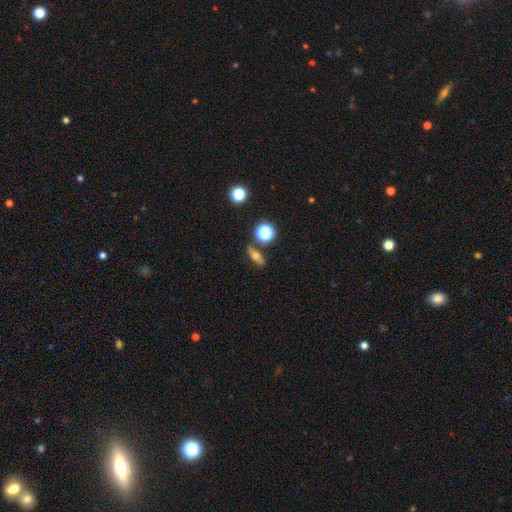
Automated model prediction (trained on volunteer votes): A smooth galaxy with no disk features (47%). Merging: none (76%).